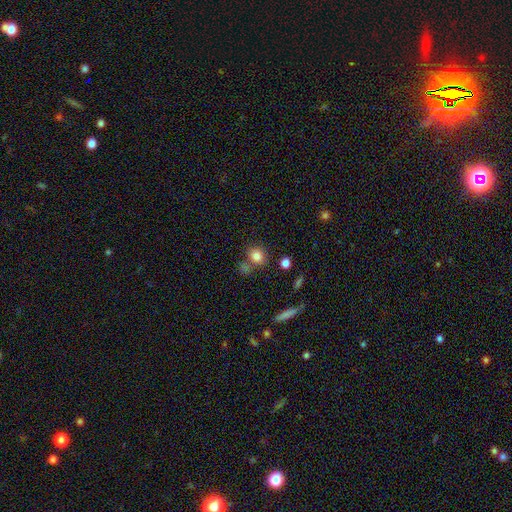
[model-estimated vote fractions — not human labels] Smooth or featured? Predicted: smooth (p=0.82). How rounded? Predicted: round (p=0.78). Merging? Predicted: none (p=0.68).